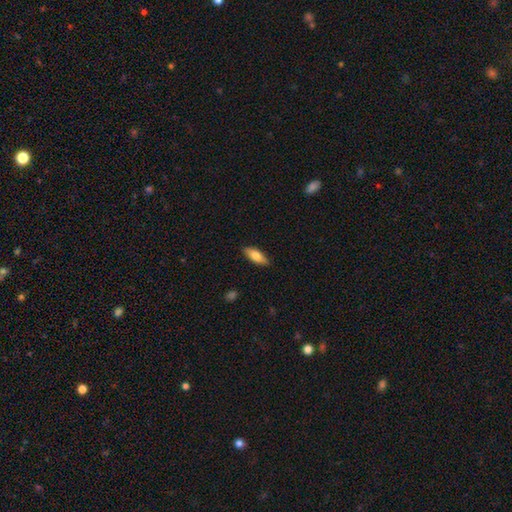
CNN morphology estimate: Q: Smooth or featured?
A: smooth (77%); runner-up: featured or disk (17%)
Q: How rounded?
A: in between (74%); runner-up: cigar-shaped (24%)
Q: Merging?
A: none (87%); runner-up: minor disturbance (10%)